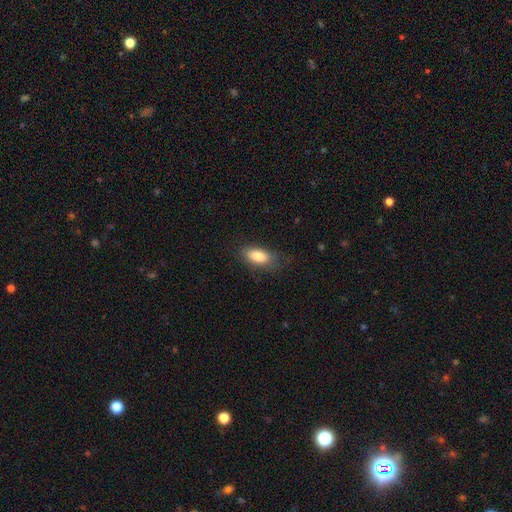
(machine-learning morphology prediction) Overall: smooth (84%). How rounded: in between (87%). Merging: none (73%).